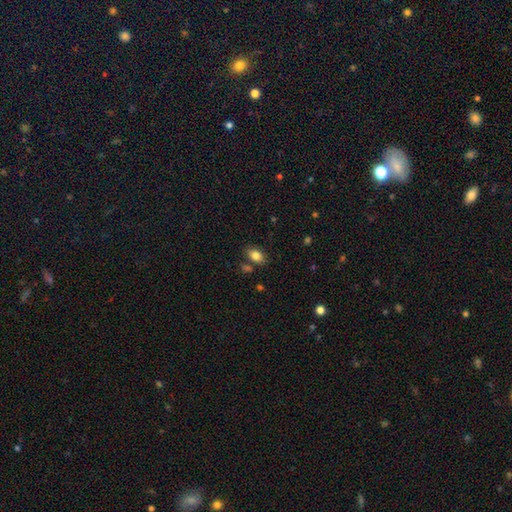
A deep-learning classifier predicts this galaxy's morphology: A smooth galaxy with no disk features (83%) that is in between round and cigar-shaped (86%). Merging: none (76%).